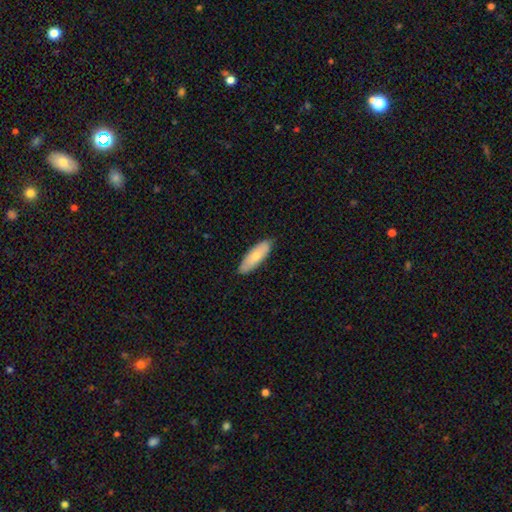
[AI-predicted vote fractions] Morphology: type=smooth (71%); roundness=in between (63%); merging=none (87%).